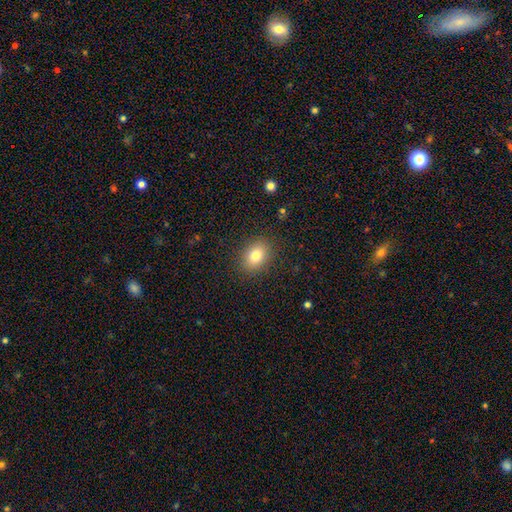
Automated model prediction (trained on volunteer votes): The model was most divided on "how rounded": in between: 68%, round: 31%, cigar-shaped: 1%. More confident: merging — none (88%); smooth or featured — smooth (80%).